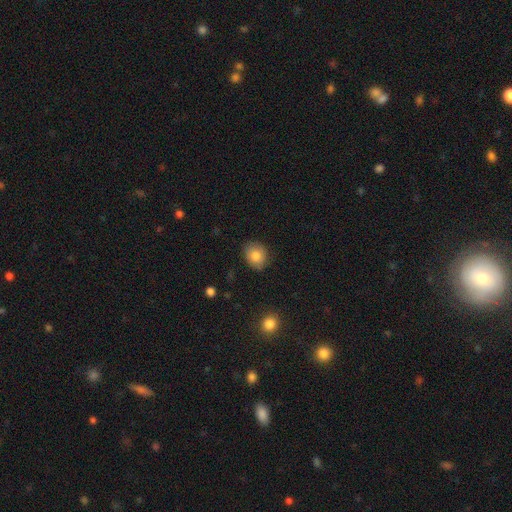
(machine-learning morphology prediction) The model was most divided on "how rounded": round: 64%, in between: 36%, cigar-shaped: 1%. More confident: merging — none (85%); smooth or featured — smooth (82%).